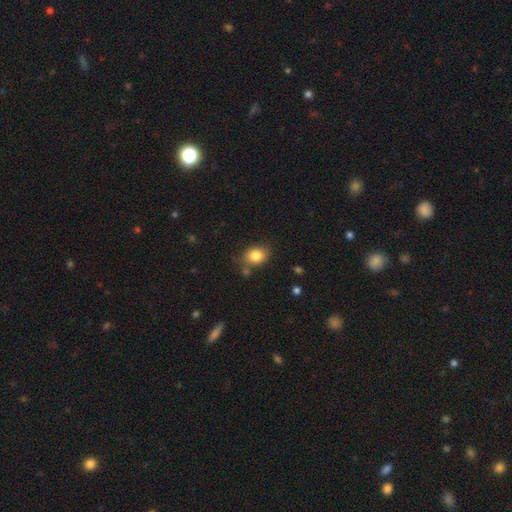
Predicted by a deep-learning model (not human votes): Overall: smooth (83%). How rounded: in between (55%; round 44%). Merging: none (72%).